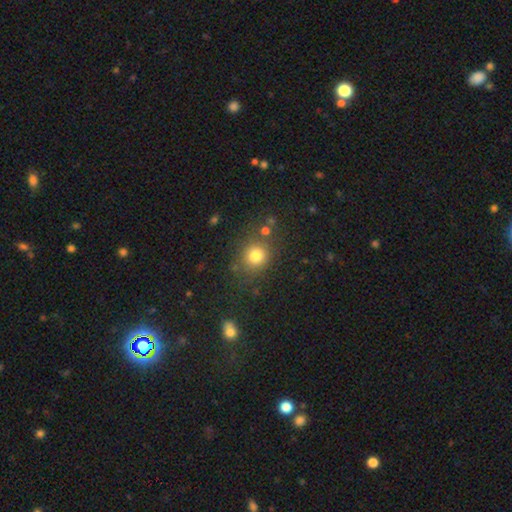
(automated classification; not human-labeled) Smooth or featured? Predicted: smooth (p=0.78). How rounded? Predicted: round (p=0.83). Merging? Predicted: none (p=0.77).